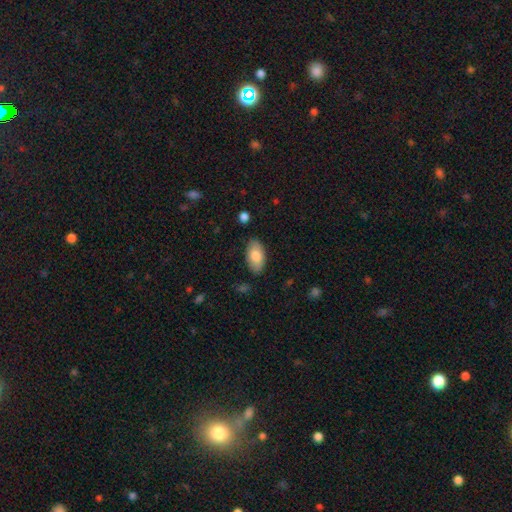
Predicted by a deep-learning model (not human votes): This appears to be a smooth galaxy with no disk features (80%) that is in between round and cigar-shaped (95%). Merging: none (85%).